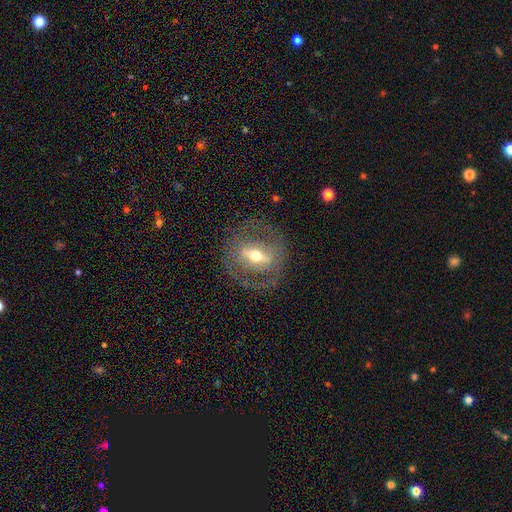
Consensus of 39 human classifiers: Volunteers were most divided on "edge-on disk": no: 57%, yes: 43%. More confident: merging — none (83%); spiral arms — no (82%); smooth or featured — featured or disk (77%); bulge size — moderate (71%); bar — strong (53%).